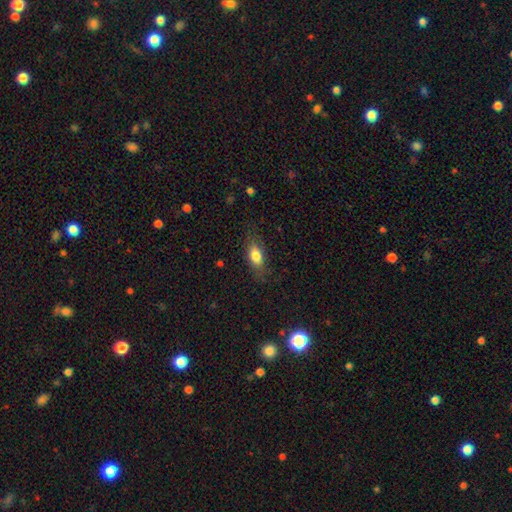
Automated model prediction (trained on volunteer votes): Smooth or featured? smooth (78%)
How rounded? in between (81%)
Merging? none (76%)